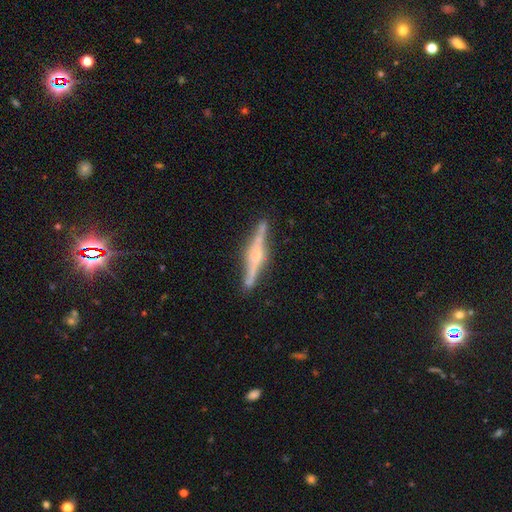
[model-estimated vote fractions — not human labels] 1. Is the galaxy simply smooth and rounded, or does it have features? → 79% featured or disk, 15% smooth, 6% star or artifact.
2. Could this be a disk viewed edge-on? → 97% yes, 3% no.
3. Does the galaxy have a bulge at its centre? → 68% rounded, 22% boxy, 10% none.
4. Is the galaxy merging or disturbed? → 84% none, 11% minor disturbance, 2% major disturbance, 2% merger.